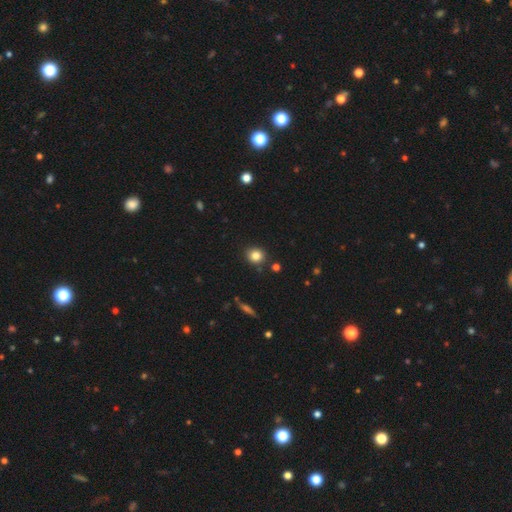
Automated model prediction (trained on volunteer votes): A smooth galaxy with no disk features (82%) that is round (83%).

Vote fractions:
- Smooth or featured? smooth: 82% / star or artifact: 11% / featured or disk: 6%
- How rounded? round: 83% / in between: 16% / cigar-shaped: 1%
- Merging? none: 86% / minor disturbance: 8% / merger: 4% / major disturbance: 2%